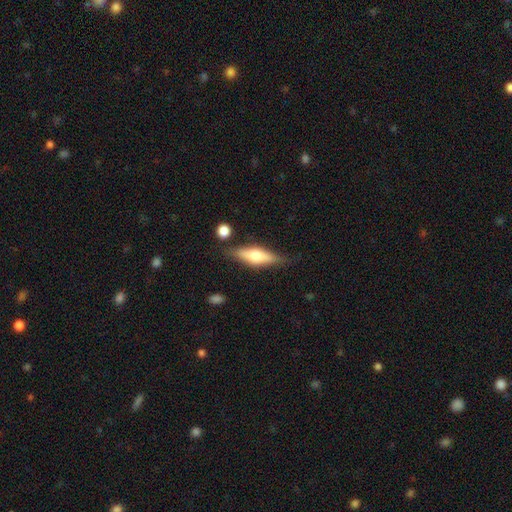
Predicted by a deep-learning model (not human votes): Overall: featured or disk (48%; smooth 45%). Merging: none (76%).